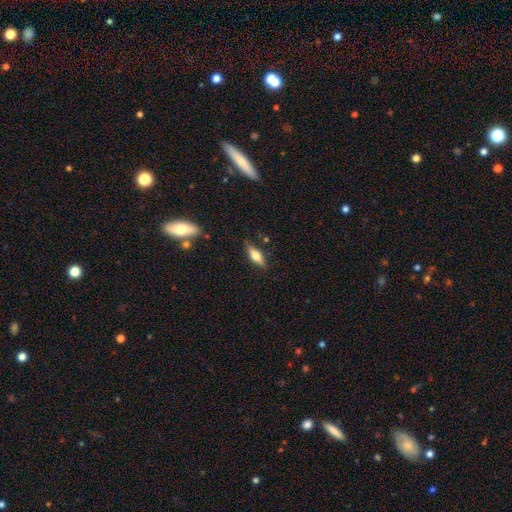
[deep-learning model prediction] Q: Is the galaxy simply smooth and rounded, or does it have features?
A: smooth — 60%.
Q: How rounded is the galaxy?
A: in between — 56%.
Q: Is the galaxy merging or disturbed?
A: none — 83%.